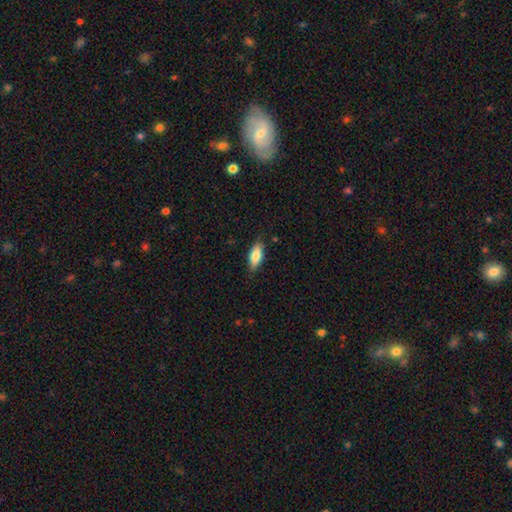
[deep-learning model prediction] Smooth or featured? smooth (81%)
How rounded? in between (79%)
Merging? none (80%)